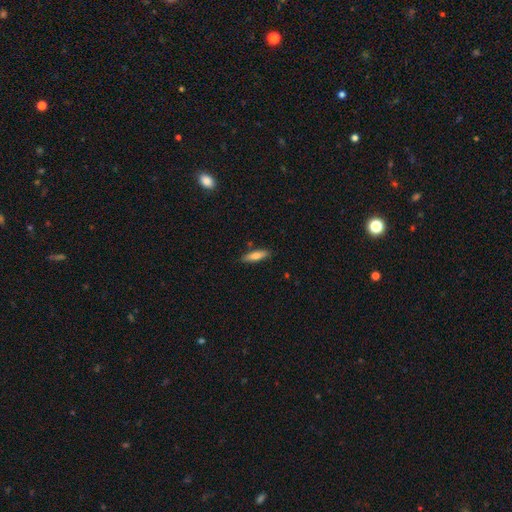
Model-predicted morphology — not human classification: The model was most divided on "how rounded": cigar-shaped: 67%, in between: 31%, round: 2%. More confident: merging — none (84%); smooth or featured — smooth (75%).